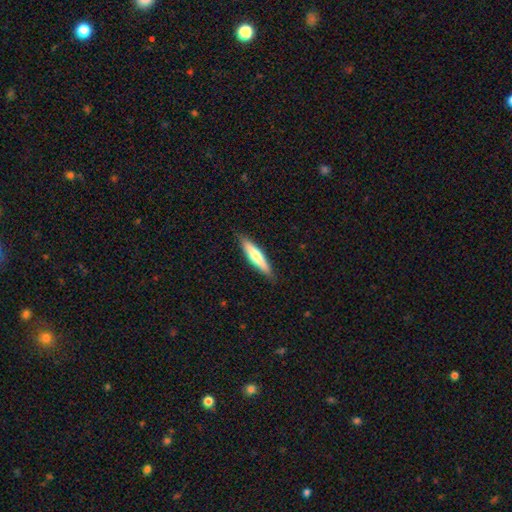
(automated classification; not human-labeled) Smooth or featured? smooth (64%)
How rounded? cigar-shaped (82%)
Merging? none (87%)